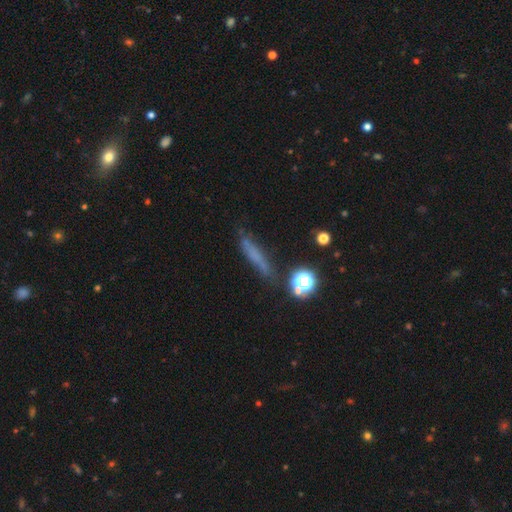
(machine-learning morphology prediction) Overall: smooth (53%; featured or disk 27%). How rounded: cigar-shaped (81%). Merging: none (67%).